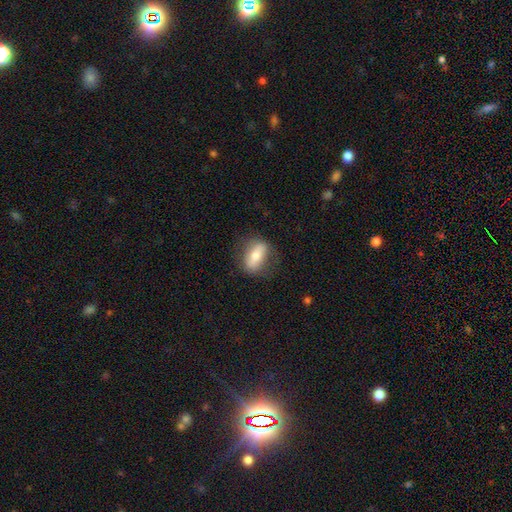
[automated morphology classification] A smooth galaxy with no disk features (58%) that is in between round and cigar-shaped (76%). Merging: none (75%).